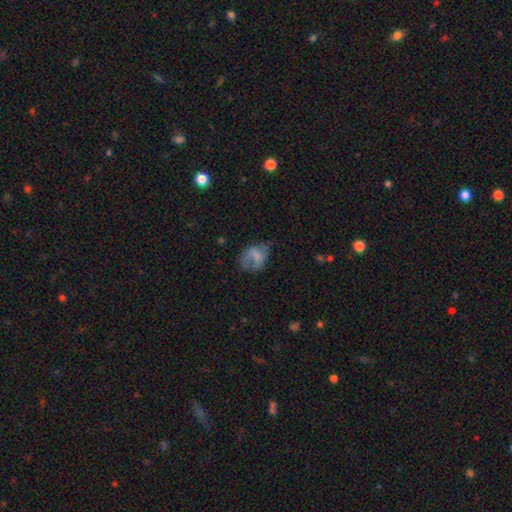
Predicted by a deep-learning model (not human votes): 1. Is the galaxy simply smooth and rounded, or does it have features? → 63% smooth, 28% featured or disk, 10% star or artifact.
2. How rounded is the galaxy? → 63% in between, 36% round, 1% cigar-shaped.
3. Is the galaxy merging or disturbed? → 40% none, 32% minor disturbance, 26% major disturbance, 2% merger.